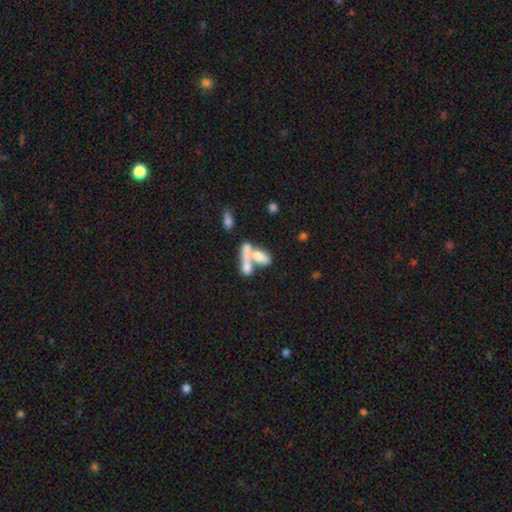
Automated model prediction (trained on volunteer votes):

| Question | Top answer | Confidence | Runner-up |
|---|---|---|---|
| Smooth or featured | smooth | 67% | featured or disk (24%) |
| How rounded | in between | 73% | cigar-shaped (21%) |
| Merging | merger | 68% | none (17%) |